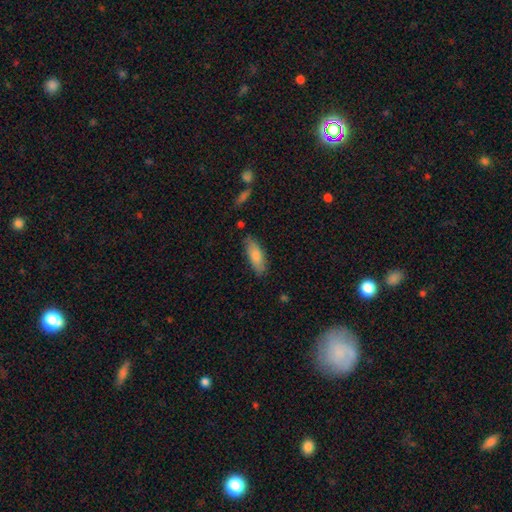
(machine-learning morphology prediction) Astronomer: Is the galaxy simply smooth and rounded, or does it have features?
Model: smooth — 83%.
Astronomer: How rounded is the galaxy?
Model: in between — 67%.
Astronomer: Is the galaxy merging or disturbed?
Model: none — 81%.